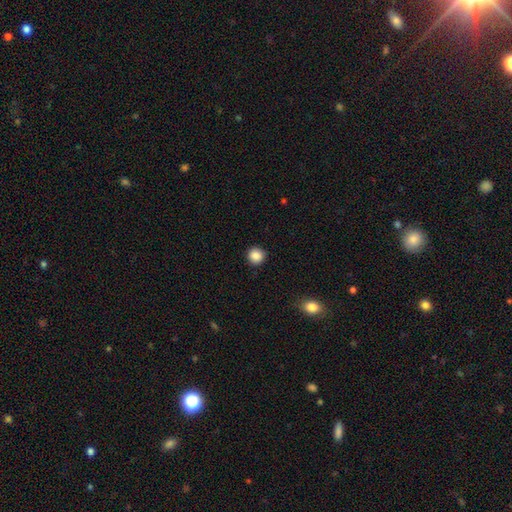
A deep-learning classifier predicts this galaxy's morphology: A smooth galaxy with no disk features (87%) that is round (93%).

Vote fractions:
- Smooth or featured? smooth: 87% / star or artifact: 10% / featured or disk: 3%
- How rounded? round: 93% / in between: 6% / cigar-shaped: 1%
- Merging? none: 91% / minor disturbance: 6% / major disturbance: 2% / merger: 1%